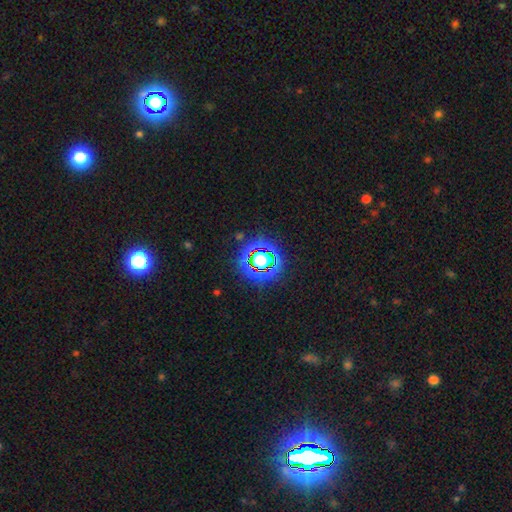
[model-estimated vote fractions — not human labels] This appears to be a star or artifact, not a galaxy (80%).